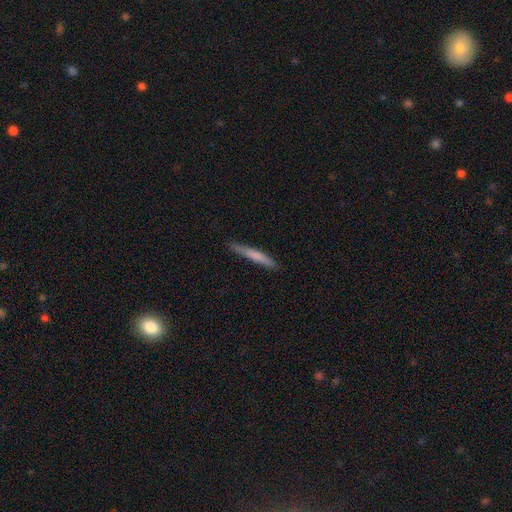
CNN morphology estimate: Smooth or featured?
  - smooth: 68% *
  - featured or disk: 26%
  - star or artifact: 5%
How rounded?
  - cigar-shaped: 96% *
  - in between: 3%
  - round: 1%
Merging?
  - none: 88% *
  - minor disturbance: 9%
  - major disturbance: 2%
  - merger: 1%